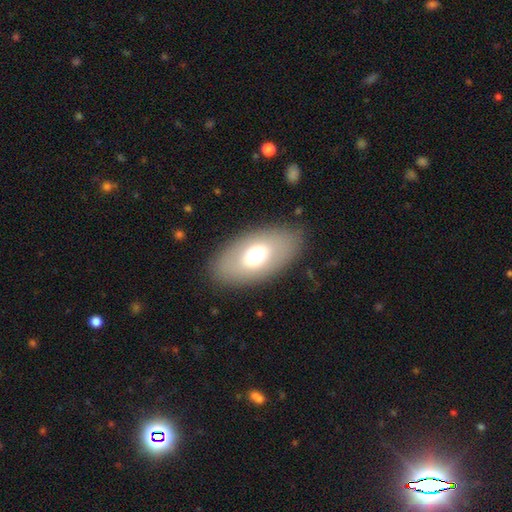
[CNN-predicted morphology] Smooth or featured? smooth (65%)
How rounded? in between (91%)
Merging? none (85%)